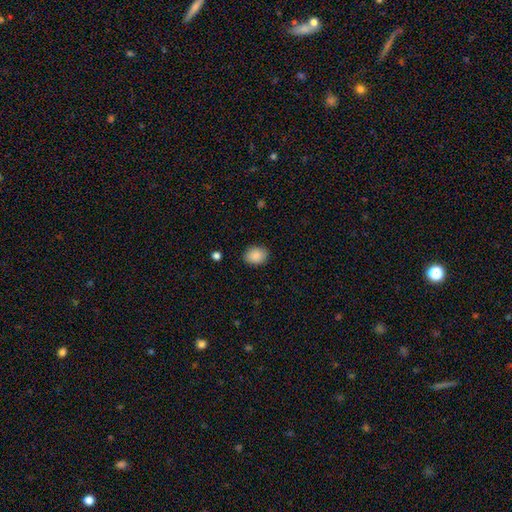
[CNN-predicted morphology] Smooth or featured? smooth (89%)
How rounded? in between (54%)
Merging? none (86%)